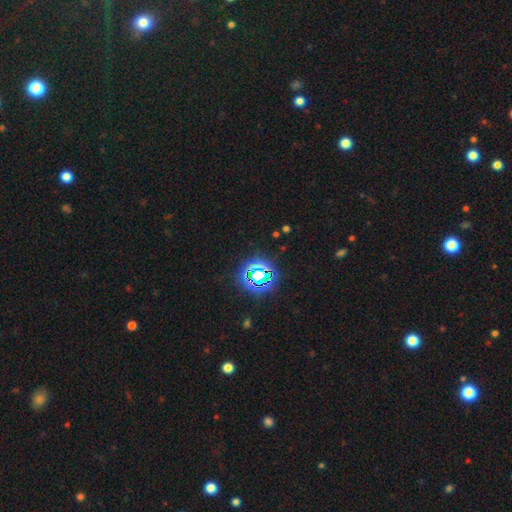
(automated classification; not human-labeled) Overall: star or artifact (80%).